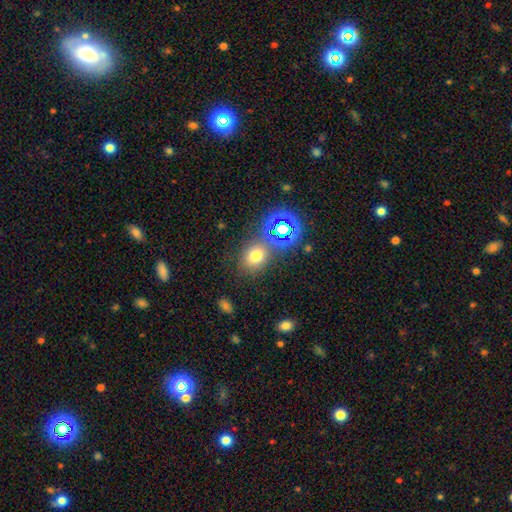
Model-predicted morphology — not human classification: This appears to be a smooth galaxy with no disk features (67%) that is round (58%). Merging: none (70%).